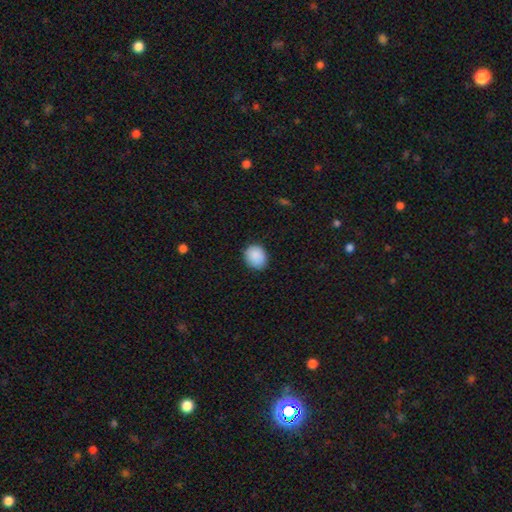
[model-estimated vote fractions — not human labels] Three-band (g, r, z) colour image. It shows a smooth galaxy with no disk features (89%) that is round (67%). Merging: none (85%).